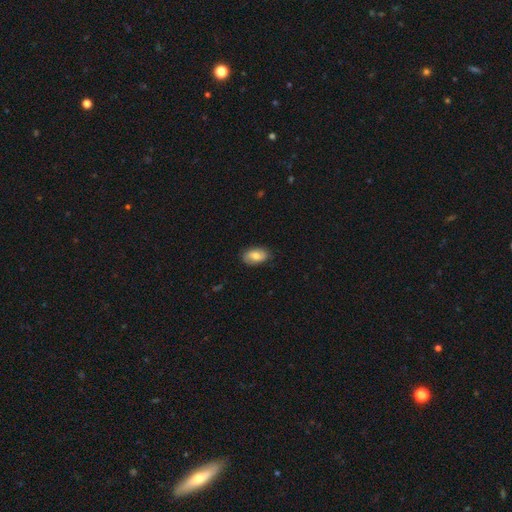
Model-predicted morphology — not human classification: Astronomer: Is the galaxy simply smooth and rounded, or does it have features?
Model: smooth — 69%.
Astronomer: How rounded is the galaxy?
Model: in between — 91%.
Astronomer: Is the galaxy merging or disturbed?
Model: none — 83%.